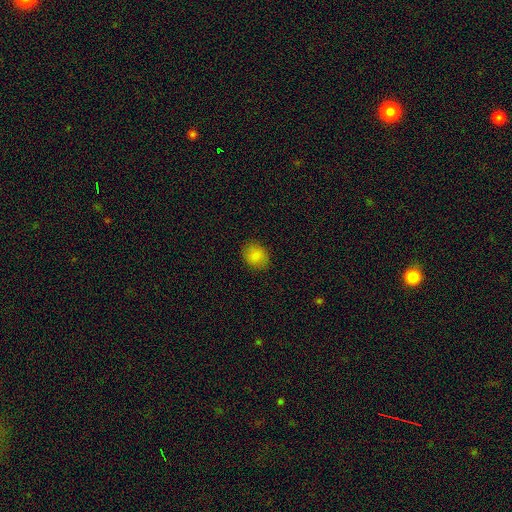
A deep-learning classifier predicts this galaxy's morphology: smooth_or_featured: smooth (p=0.85) [alt: star or artifact p=0.10]
how_rounded: round (p=0.57) [alt: in between p=0.42]
merging: none (p=0.87) [alt: minor disturbance p=0.10]